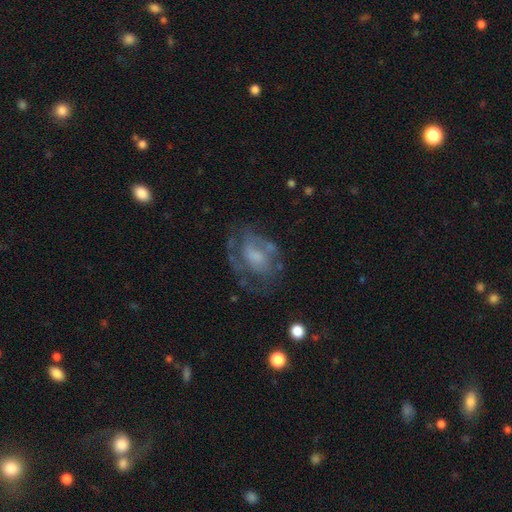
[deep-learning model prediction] Morphology: type=featured or disk (66%); edge-on=no (97%); bar=no (62%); spiral arms=yes (67%); bulge=moderate (30%); merging=none (52%).